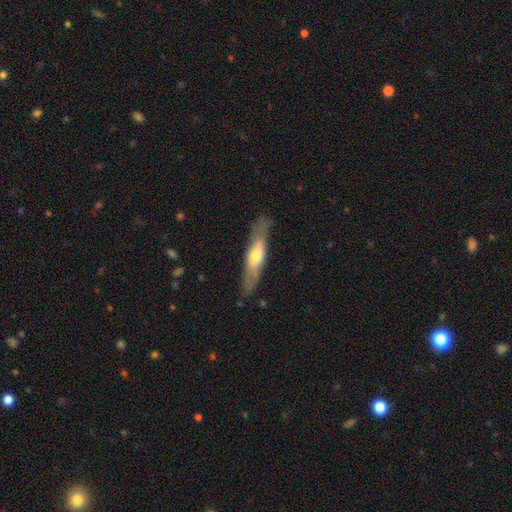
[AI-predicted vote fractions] featured or disk 51%, smooth 43%, star or artifact 6%. Down the decision tree: edge-on disk — yes (69%); merging — none (80%).